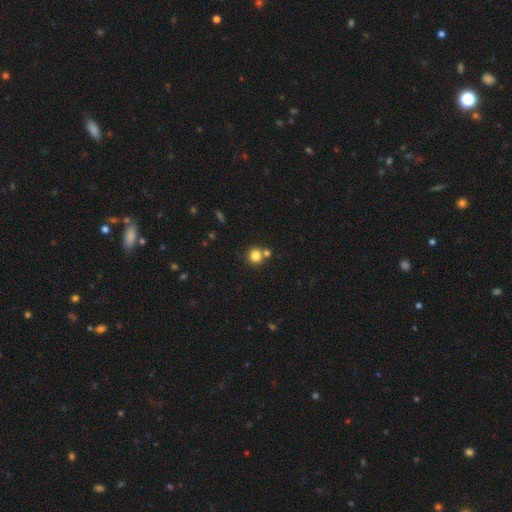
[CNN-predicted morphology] A smooth galaxy with no disk features (81%) that is round (89%). Merging: none (67%).